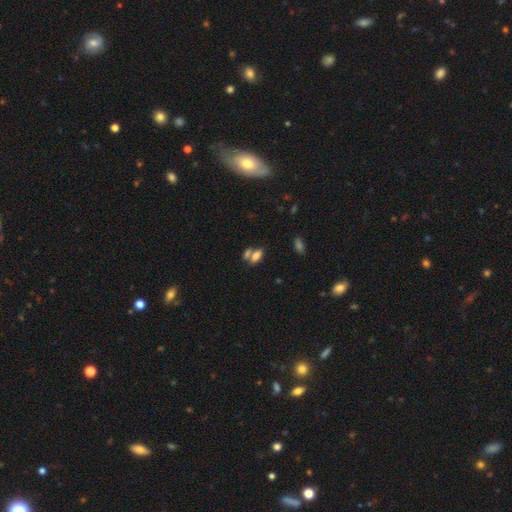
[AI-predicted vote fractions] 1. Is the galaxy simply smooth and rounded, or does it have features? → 75% smooth, 13% featured or disk, 12% star or artifact.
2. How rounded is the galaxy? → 83% in between, 11% cigar-shaped, 6% round.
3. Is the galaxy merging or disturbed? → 44% merger, 41% none, 10% minor disturbance, 5% major disturbance.